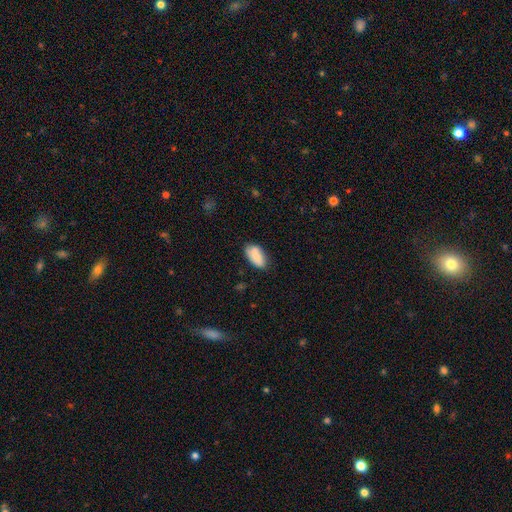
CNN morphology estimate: Smooth or featured? smooth (85%)
How rounded? in between (93%)
Merging? none (71%)